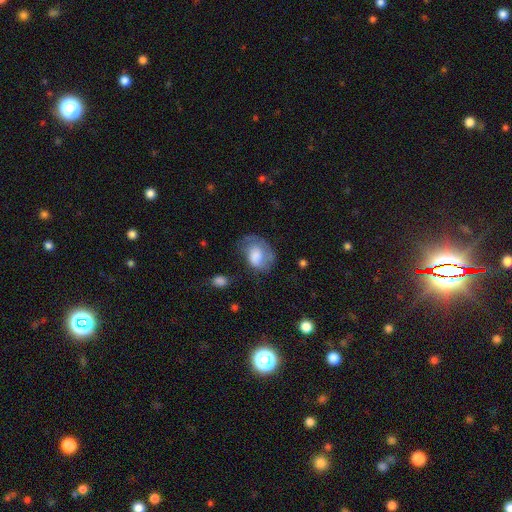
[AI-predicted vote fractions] Smooth or featured?
  - smooth: 54% *
  - featured or disk: 38%
  - star or artifact: 8%
How rounded?
  - in between: 68% *
  - round: 31%
  - cigar-shaped: 1%
Merging?
  - none: 42% *
  - minor disturbance: 30%
  - major disturbance: 26%
  - merger: 3%